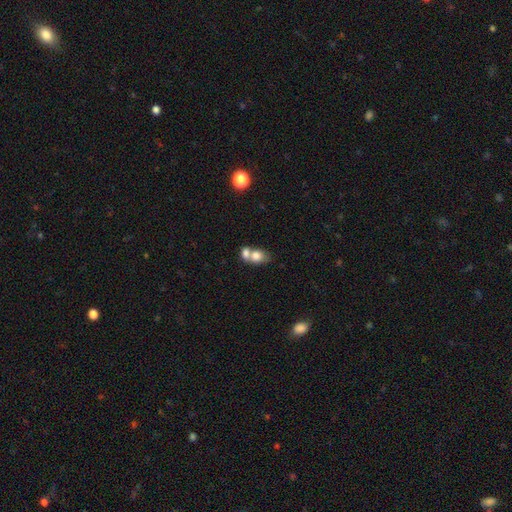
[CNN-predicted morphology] This appears to be a smooth galaxy with no disk features (75%) that is in between round and cigar-shaped (68%). Merging: merger (66%).